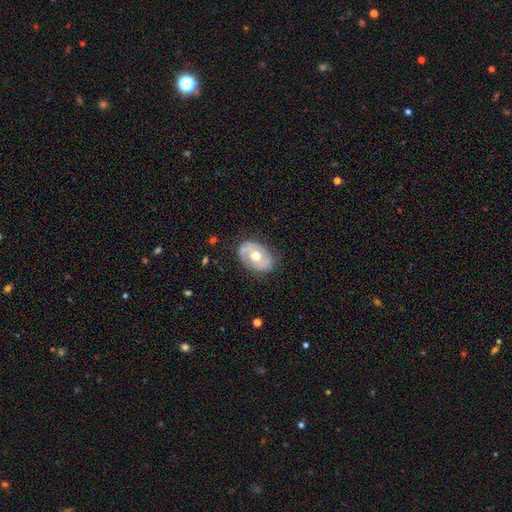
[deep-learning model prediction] Smooth or featured?
  - featured or disk: 60% *
  - smooth: 34%
  - star or artifact: 6%
Edge-on disk?
  - no: 93% *
  - yes: 7%
Bar?
  - no: 75% *
  - weak: 20%
  - strong: 5%
Spiral arms?
  - yes: 54% *
  - no: 46%
Bulge size?
  - moderate: 76% *
  - large: 14%
  - small: 8%
  - dominant: 1%
  - none: 1%
Merging?
  - none: 74% *
  - minor disturbance: 19%
  - major disturbance: 6%
  - merger: 1%